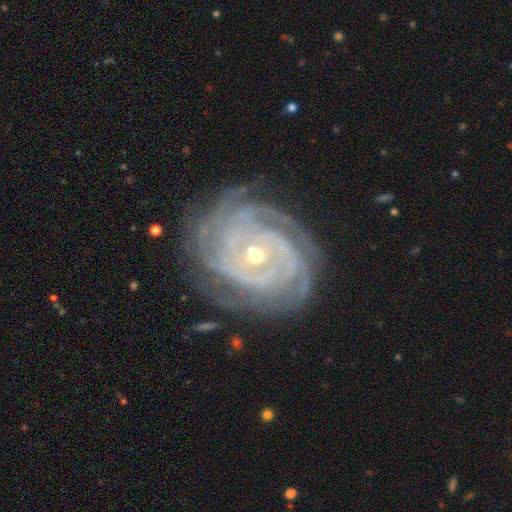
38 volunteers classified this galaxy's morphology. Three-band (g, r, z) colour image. It shows a featured or disk galaxy (100%) with no bar (61%), 3 (37%, tied with 4) tight (76%) spiral arms (100%) and a small central bulge (66%). Merging: none (89%).